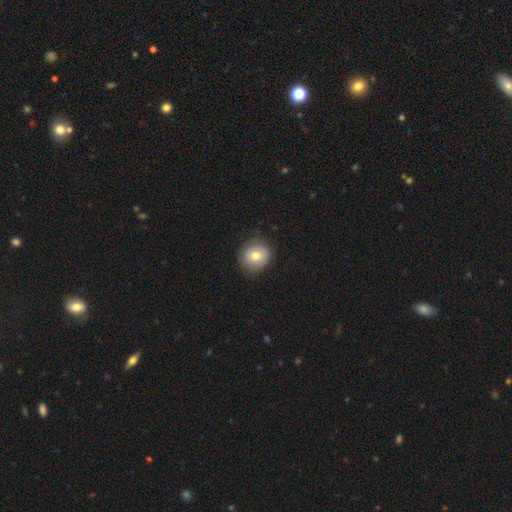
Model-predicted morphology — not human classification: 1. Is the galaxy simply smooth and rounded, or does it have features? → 72% smooth, 19% featured or disk, 9% star or artifact.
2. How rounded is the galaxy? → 82% round, 17% in between, 1% cigar-shaped.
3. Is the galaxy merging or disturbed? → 80% none, 16% minor disturbance, 4% major disturbance, 1% merger.